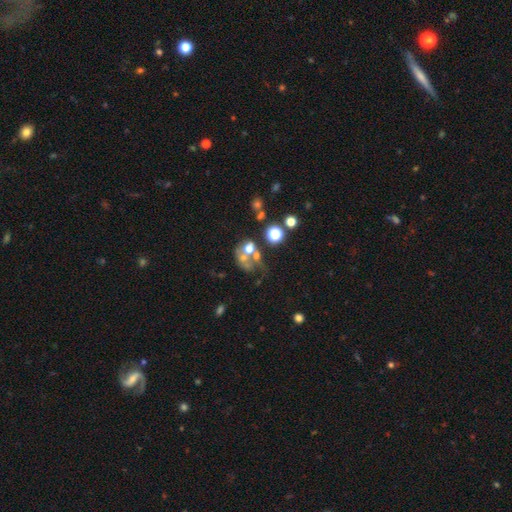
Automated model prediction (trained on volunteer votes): This appears to be a smooth galaxy with no disk features (38%). Merging: merger (41%).